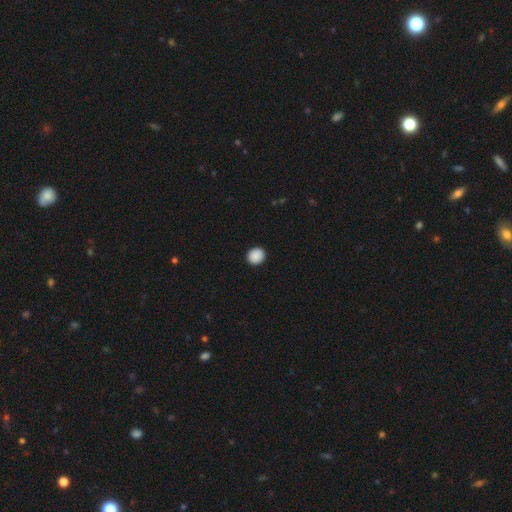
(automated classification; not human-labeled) smooth 90%, star or artifact 8%, featured or disk 2%. Down the decision tree: how rounded — round (81%); merging — none (92%).